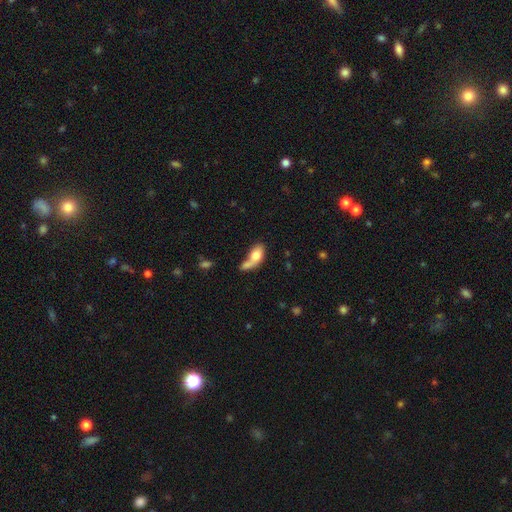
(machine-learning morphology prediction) Smooth or featured: smooth — 73% (featured or disk — 19%)
How rounded: in between — 81% (round — 11%)
Merging: merger — 51% (none — 23%)